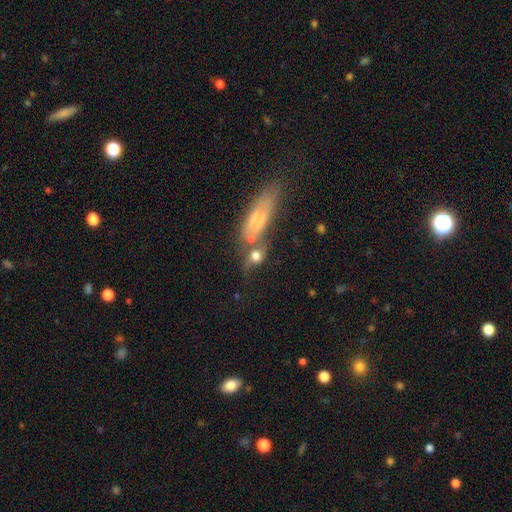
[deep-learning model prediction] Smooth or featured? smooth (62%)
How rounded? round (50%)
Merging? none (41%)